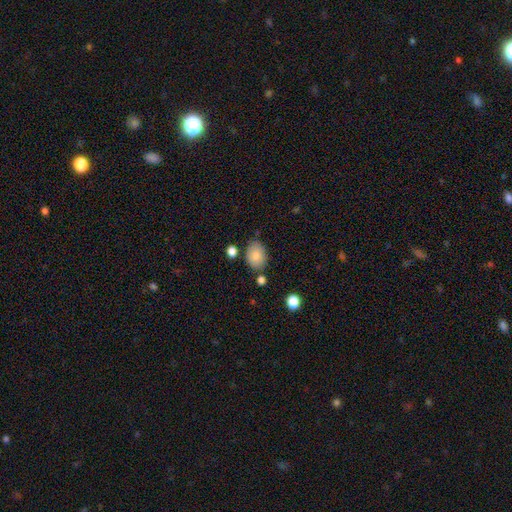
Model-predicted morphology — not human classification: Q: Smooth or featured?
A: smooth (82%); runner-up: featured or disk (10%)
Q: How rounded?
A: in between (77%); runner-up: round (21%)
Q: Merging?
A: none (75%); runner-up: minor disturbance (15%)